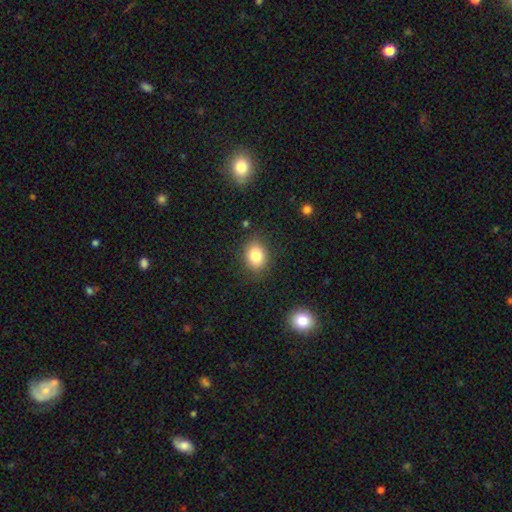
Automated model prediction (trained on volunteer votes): Smooth or featured? smooth (82%)
How rounded? in between (54%)
Merging? none (83%)